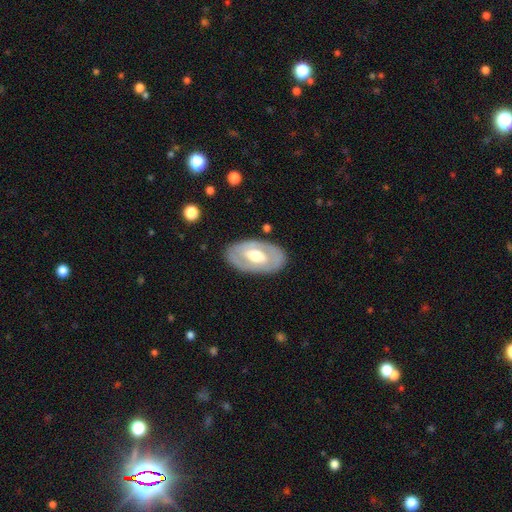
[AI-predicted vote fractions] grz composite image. It shows a featured or disk galaxy (63%) with no bar (46%), no spiral arms (66%) and a moderate central bulge (67%). Merging: none (83%).